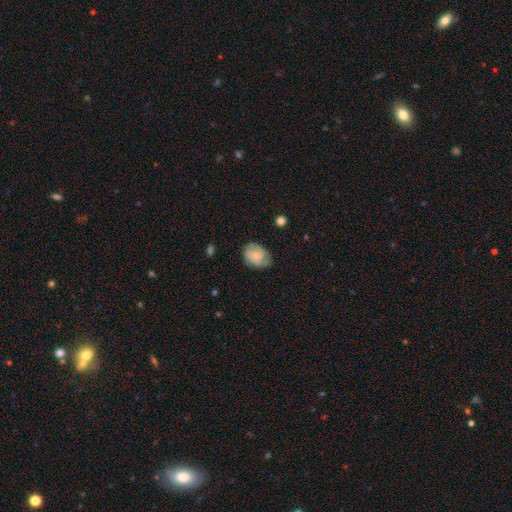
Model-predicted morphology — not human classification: Smooth or featured? Predicted: featured or disk (p=0.54). Edge-on disk? Predicted: no (p=0.97). Bar? Predicted: no (p=0.65). Spiral arms? Predicted: yes (p=0.87). Bulge size? Predicted: small (p=0.53). Merging? Predicted: none (p=0.66).